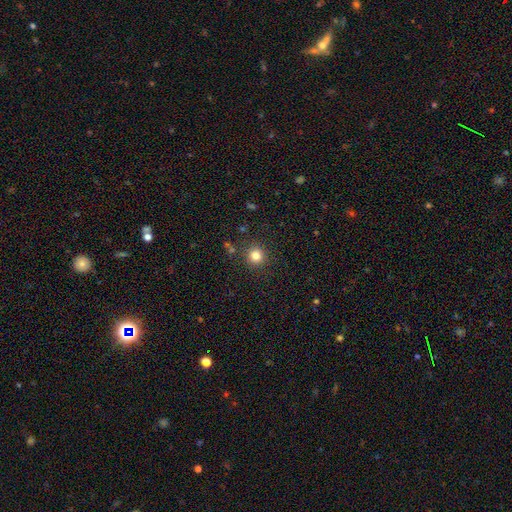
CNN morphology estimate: Overall: smooth (82%). How rounded: round (93%). Merging: none (89%).